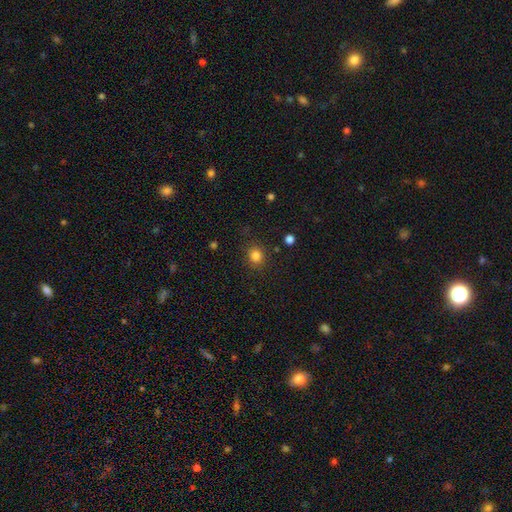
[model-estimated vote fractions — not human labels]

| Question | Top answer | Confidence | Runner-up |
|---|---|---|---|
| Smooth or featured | smooth | 83% | star or artifact (12%) |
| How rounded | round | 79% | in between (20%) |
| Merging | none | 85% | minor disturbance (10%) |